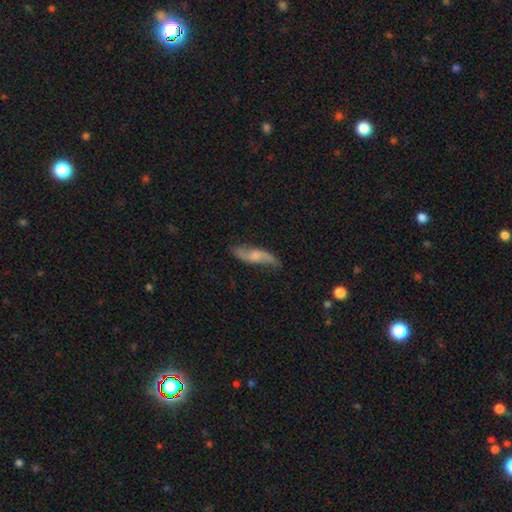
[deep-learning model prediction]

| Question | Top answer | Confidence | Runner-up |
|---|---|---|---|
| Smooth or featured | featured or disk | 62% | smooth (32%) |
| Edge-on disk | no | 79% | yes (21%) |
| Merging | none | 73% | minor disturbance (19%) |